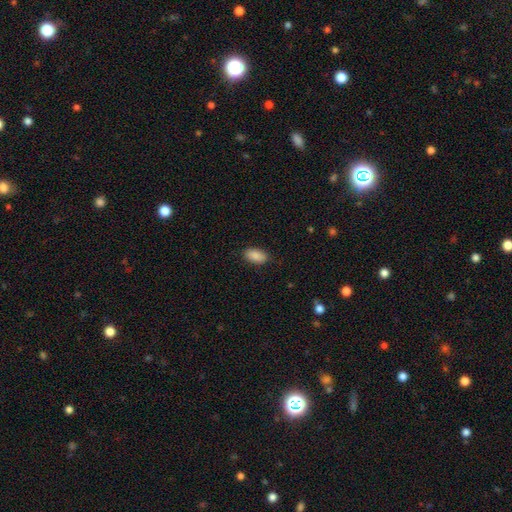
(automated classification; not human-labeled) Smooth or featured: smooth — 89% (star or artifact — 7%)
How rounded: in between — 93% (round — 4%)
Merging: none — 87% (minor disturbance — 10%)